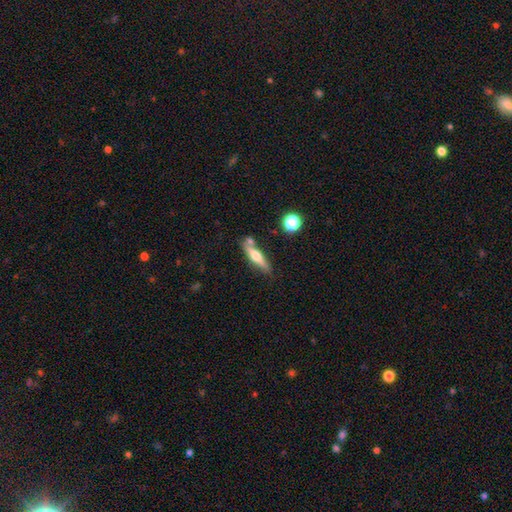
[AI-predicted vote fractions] smooth_or_featured: smooth (p=0.48) [alt: featured or disk p=0.45]
merging: none (p=0.68) [alt: minor disturbance p=0.15]